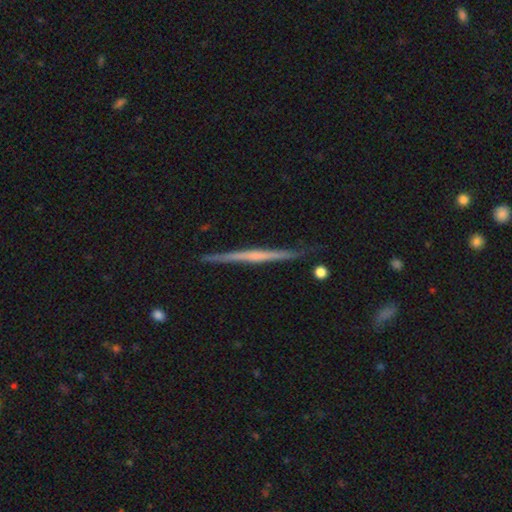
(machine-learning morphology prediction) Smooth or featured?
  - featured or disk: 68% *
  - smooth: 27%
  - star or artifact: 5%
Edge-on disk?
  - yes: 98% *
  - no: 2%
Edge-on bulge?
  - none: 63% *
  - rounded: 27%
  - boxy: 11%
Merging?
  - none: 87% *
  - minor disturbance: 9%
  - major disturbance: 2%
  - merger: 2%